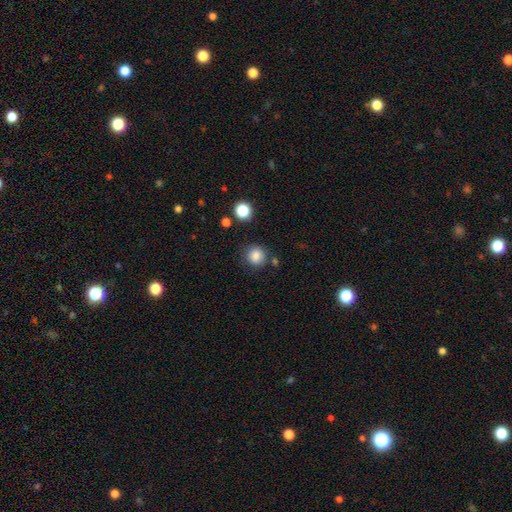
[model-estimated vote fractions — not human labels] A smooth galaxy with no disk features (85%) that is round (90%). Merging: none (82%).